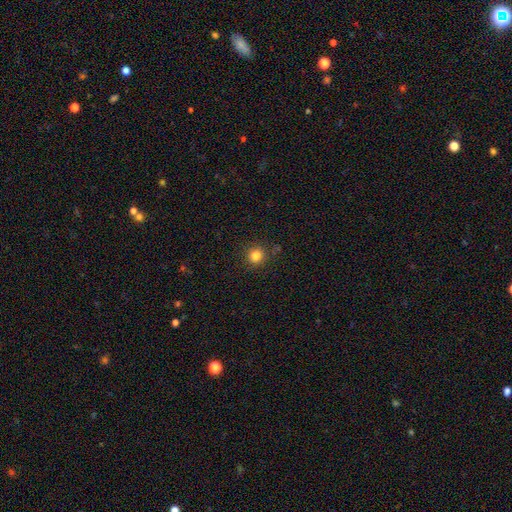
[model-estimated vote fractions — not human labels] This appears to be a smooth galaxy with no disk features (82%) that is round (91%). Merging: none (87%).